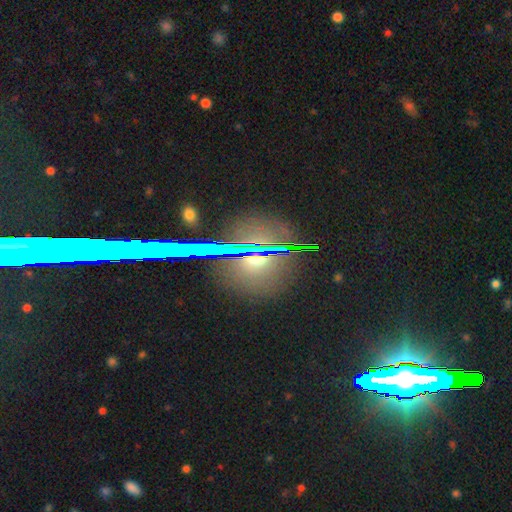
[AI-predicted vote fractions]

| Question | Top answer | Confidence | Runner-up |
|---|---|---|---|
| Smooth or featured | star or artifact | 55% | smooth (29%) |